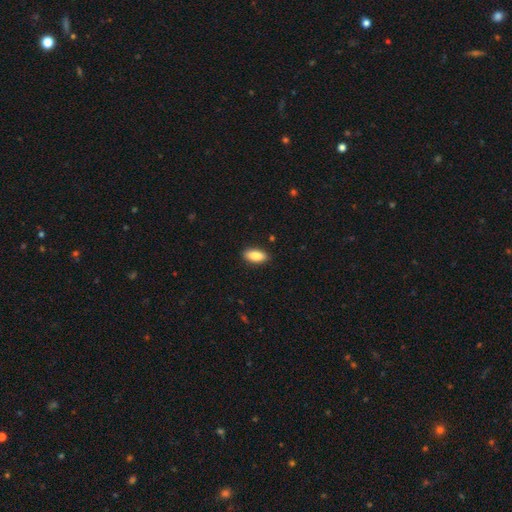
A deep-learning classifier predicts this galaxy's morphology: Overall: smooth (88%). How rounded: in between (87%). Merging: none (88%).